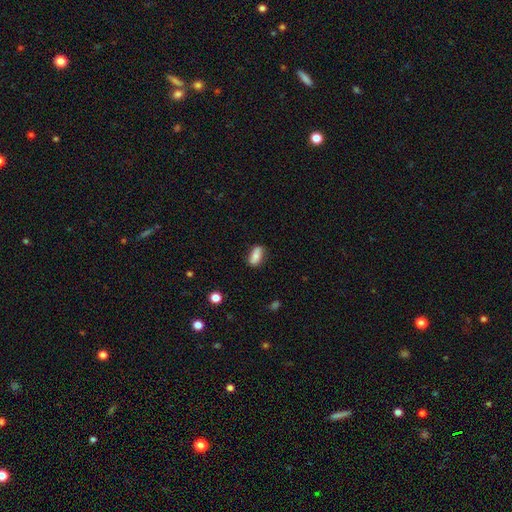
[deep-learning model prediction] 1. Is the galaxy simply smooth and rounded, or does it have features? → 77% smooth, 15% featured or disk, 8% star or artifact.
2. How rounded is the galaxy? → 85% in between, 10% cigar-shaped, 5% round.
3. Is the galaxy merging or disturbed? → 76% none, 17% minor disturbance, 4% major disturbance, 3% merger.